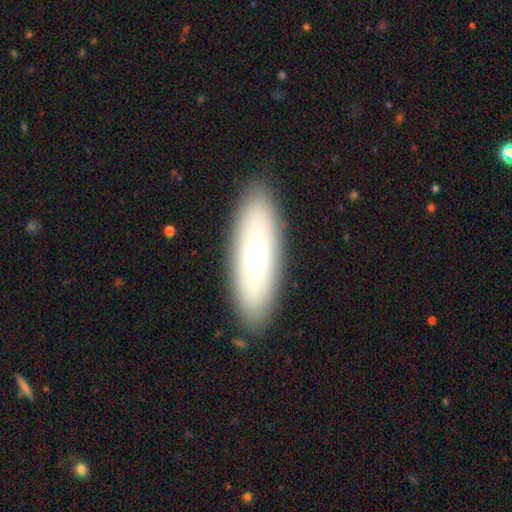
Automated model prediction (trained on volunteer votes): Morphology: type=smooth (61%); roundness=in between (67%); merging=none (88%).